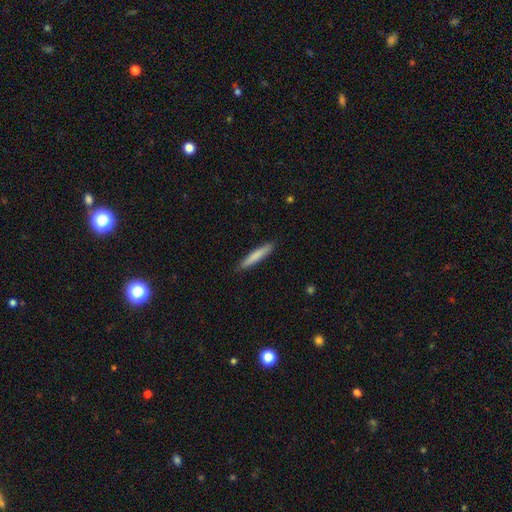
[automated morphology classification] Q: Smooth or featured?
A: smooth (79%); runner-up: featured or disk (16%)
Q: How rounded?
A: cigar-shaped (93%); runner-up: in between (6%)
Q: Merging?
A: none (90%); runner-up: minor disturbance (8%)